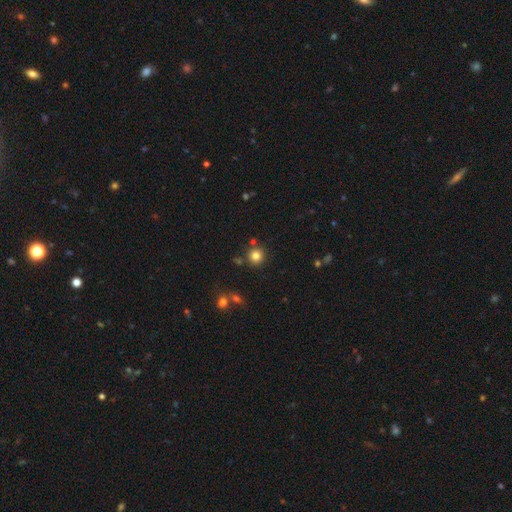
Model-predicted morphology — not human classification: The model was most divided on "smooth or featured": smooth: 81%, star or artifact: 13%, featured or disk: 6%. More confident: how rounded — round (93%); merging — none (82%).